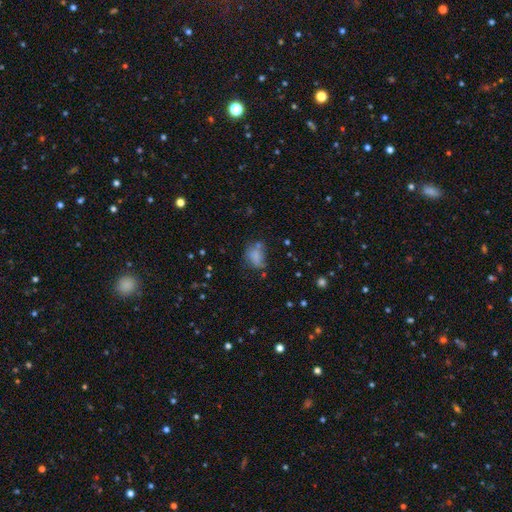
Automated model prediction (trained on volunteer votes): Q: Smooth or featured?
A: smooth (70%); runner-up: featured or disk (17%)
Q: How rounded?
A: in between (72%); runner-up: round (26%)
Q: Merging?
A: none (43%); runner-up: minor disturbance (27%)